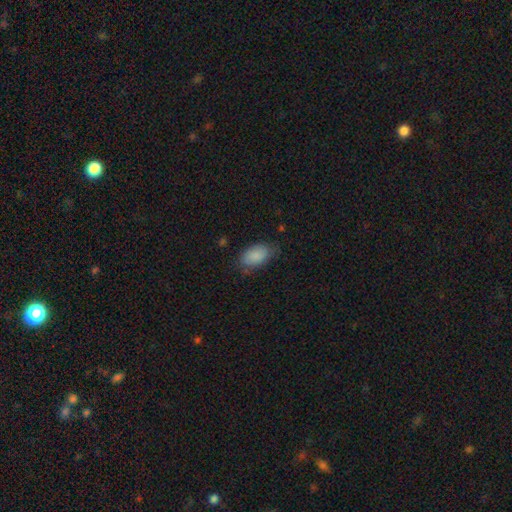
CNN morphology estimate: This is clearly a smooth galaxy (87%). How rounded: clearly in between (93%). Merging: likely none (71%).